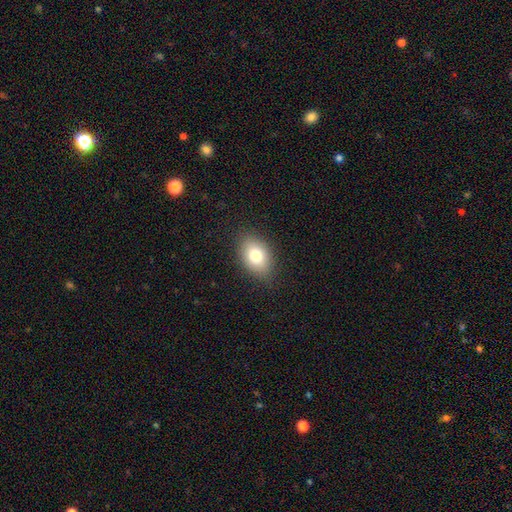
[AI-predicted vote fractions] Smooth or featured: smooth — 78% (featured or disk — 13%)
How rounded: in between — 83% (round — 16%)
Merging: none — 84% (minor disturbance — 12%)